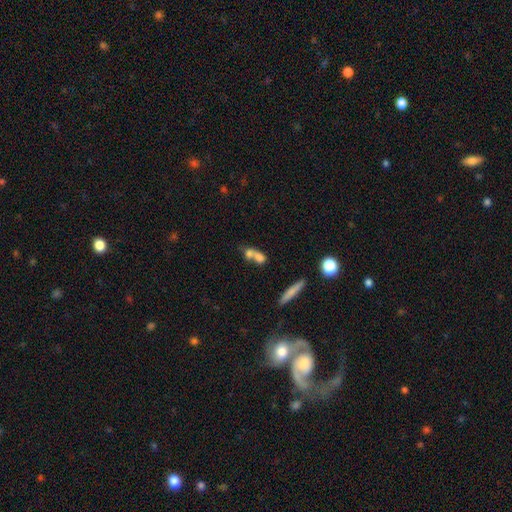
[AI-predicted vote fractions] Smooth or featured? Predicted: smooth (p=0.67). How rounded? Predicted: in between (p=0.50). Merging? Predicted: merger (p=0.62).